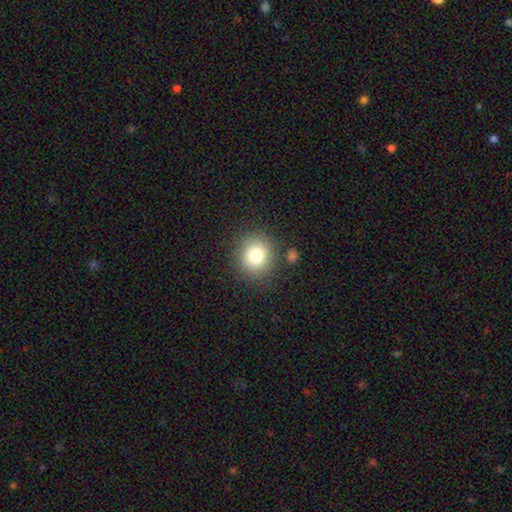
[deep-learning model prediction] A smooth galaxy with no disk features (81%) that is round (85%). Merging: none (84%).